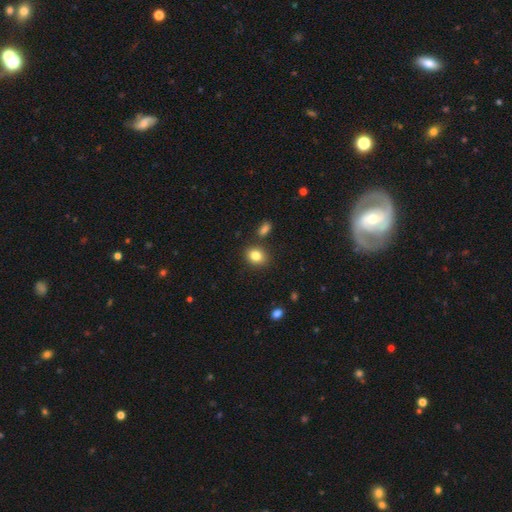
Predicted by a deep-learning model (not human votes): This appears to be a smooth galaxy with no disk features (84%) that is round (51%). Merging: none (82%).